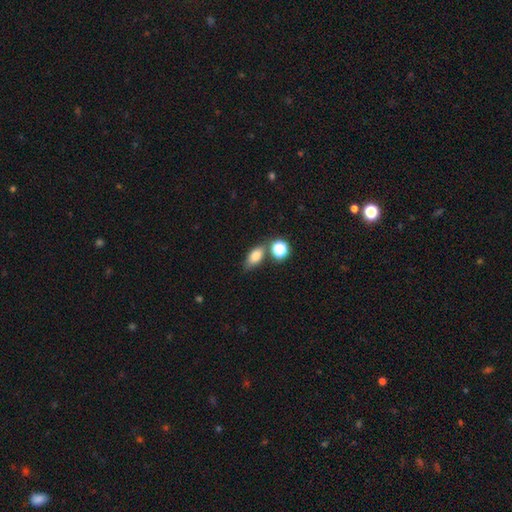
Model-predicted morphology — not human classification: Overall: smooth (79%). How rounded: in between (79%). Merging: none (62%).